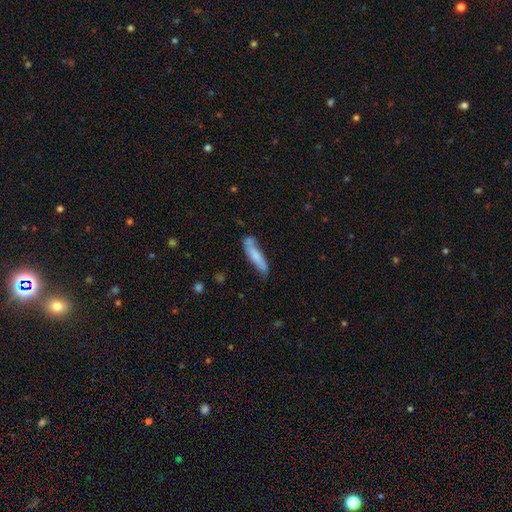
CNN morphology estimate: Smooth or featured: smooth — 72% (featured or disk — 22%)
How rounded: cigar-shaped — 81% (in between — 17%)
Merging: none — 61% (minor disturbance — 24%)